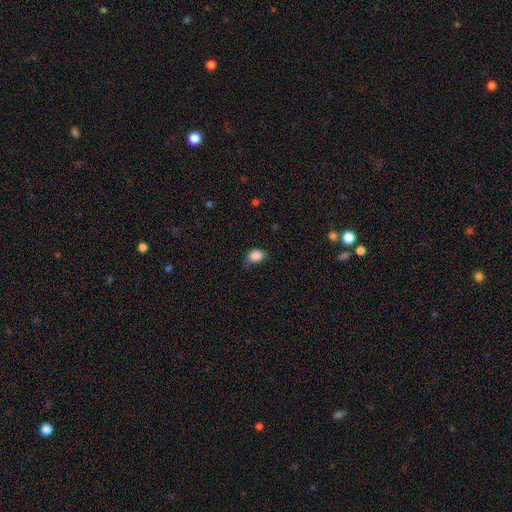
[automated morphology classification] Q: Smooth or featured?
A: smooth (87%); runner-up: star or artifact (9%)
Q: How rounded?
A: in between (74%); runner-up: round (25%)
Q: Merging?
A: none (60%); runner-up: minor disturbance (30%)